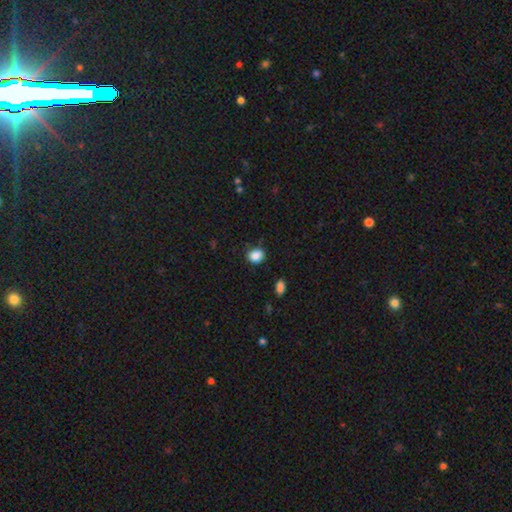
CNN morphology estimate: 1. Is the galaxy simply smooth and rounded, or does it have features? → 87% smooth, 9% star or artifact, 4% featured or disk.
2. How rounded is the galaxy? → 61% round, 38% in between, 1% cigar-shaped.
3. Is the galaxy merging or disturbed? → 81% none, 13% minor disturbance, 3% major disturbance, 2% merger.